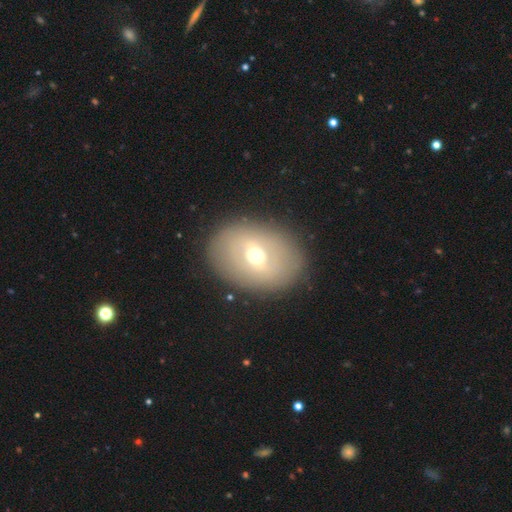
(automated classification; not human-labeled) A smooth galaxy with no disk features (48%). Merging: none (85%).